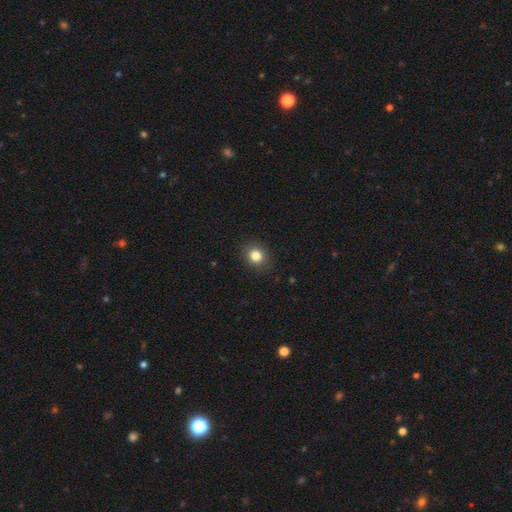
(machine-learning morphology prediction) Smooth or featured? Predicted: smooth (p=0.83). How rounded? Predicted: round (p=0.70). Merging? Predicted: none (p=0.87).